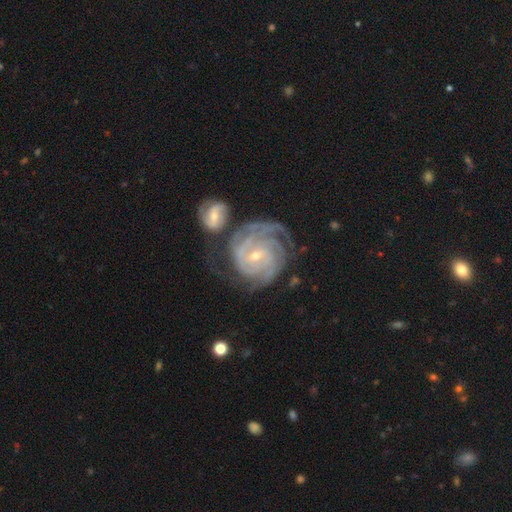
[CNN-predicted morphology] featured or disk 92%, star or artifact 4%, smooth 4%. Down the decision tree: edge-on disk — no (98%); bar — no (47%); spiral arms — yes (98%); spiral arm count — 3 (31%); spiral winding — tight (78%); bulge size — small (72%); merging — none (53%).